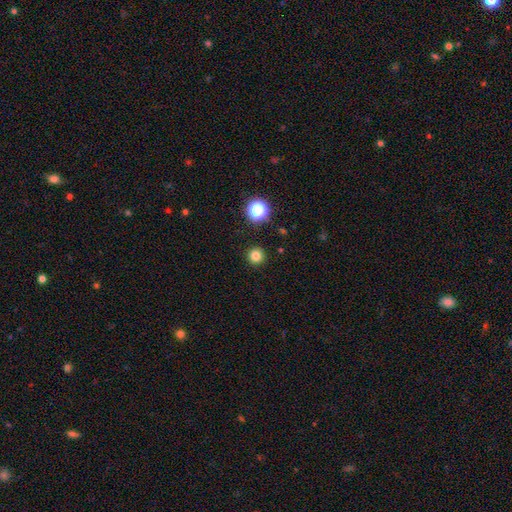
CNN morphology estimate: Smooth or featured?
  - smooth: 80% *
  - star or artifact: 15%
  - featured or disk: 5%
How rounded?
  - round: 96% *
  - in between: 3%
  - cigar-shaped: 1%
Merging?
  - none: 92% *
  - minor disturbance: 5%
  - major disturbance: 2%
  - merger: 1%